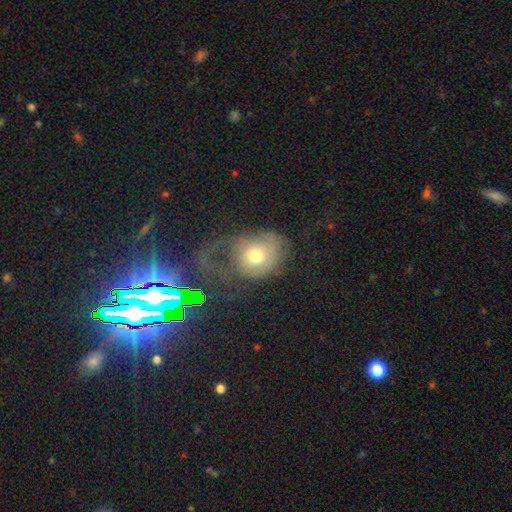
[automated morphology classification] A smooth galaxy with no disk features (57%) that is round (57%).

Vote fractions:
- Smooth or featured? smooth: 57% / featured or disk: 31% / star or artifact: 11%
- How rounded? round: 57% / in between: 42% / cigar-shaped: 1%
- Merging? major disturbance: 55% / none: 23% / minor disturbance: 17% / merger: 5%